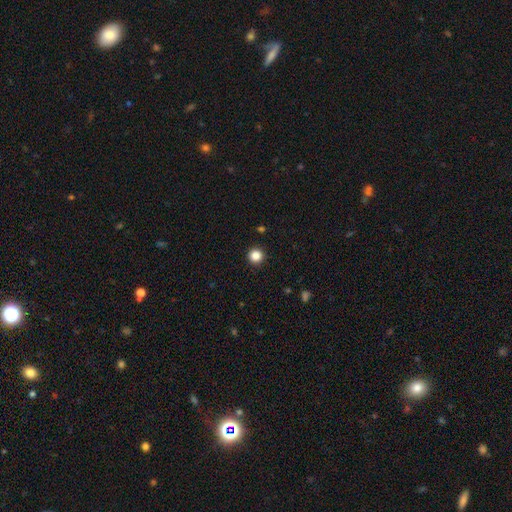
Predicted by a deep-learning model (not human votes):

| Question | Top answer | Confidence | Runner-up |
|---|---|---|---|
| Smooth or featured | smooth | 85% | star or artifact (11%) |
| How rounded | round | 96% | in between (3%) |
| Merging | none | 93% | minor disturbance (4%) |